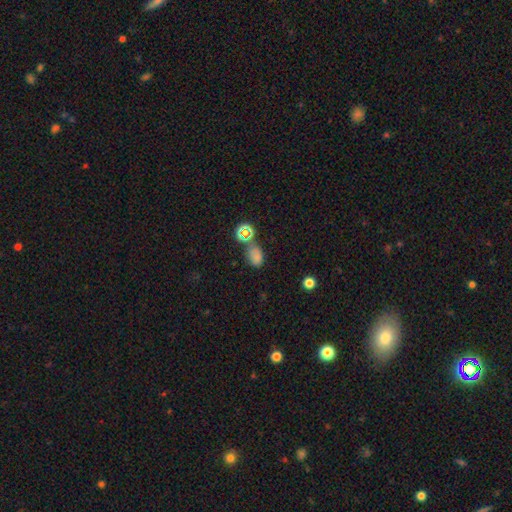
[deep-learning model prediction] Smooth or featured? Predicted: smooth (p=0.67). How rounded? Predicted: in between (p=0.74). Merging? Predicted: none (p=0.54).